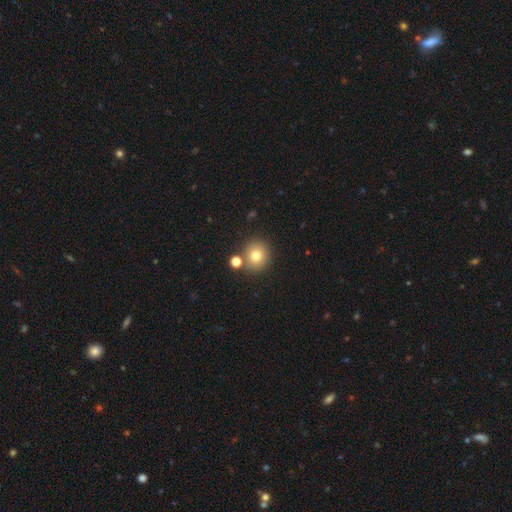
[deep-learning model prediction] This is likely a smooth galaxy (76%). How rounded: clearly round (89%). Merging: likely none (78%).